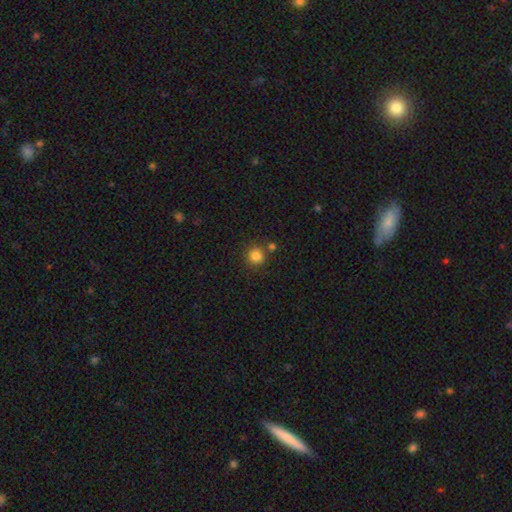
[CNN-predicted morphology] Overall: smooth (84%). How rounded: round (89%). Merging: none (78%).